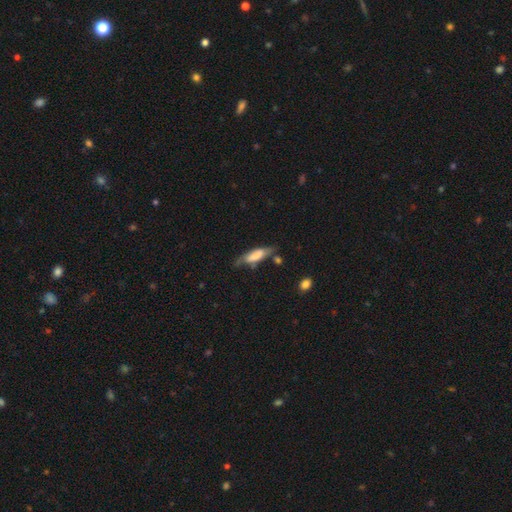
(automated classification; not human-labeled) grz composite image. It shows a smooth galaxy with no disk features (62%) that is cigar-shaped (52%). Merging: none (54%).